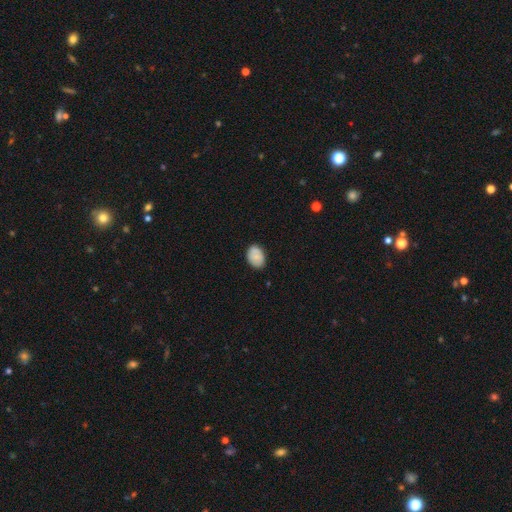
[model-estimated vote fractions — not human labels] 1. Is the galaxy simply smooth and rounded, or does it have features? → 79% smooth, 13% featured or disk, 8% star or artifact.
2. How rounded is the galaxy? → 81% in between, 18% round, 1% cigar-shaped.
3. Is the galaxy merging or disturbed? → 81% none, 15% minor disturbance, 3% major disturbance, 1% merger.